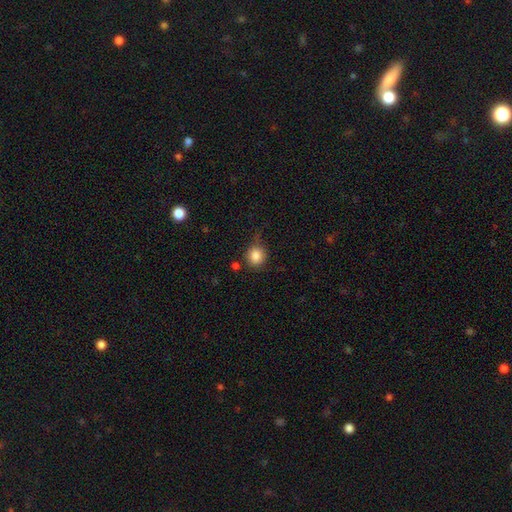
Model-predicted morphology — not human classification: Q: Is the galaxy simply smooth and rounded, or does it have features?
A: smooth — 85%.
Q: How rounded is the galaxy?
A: round — 85%.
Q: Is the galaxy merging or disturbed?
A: none — 68%.